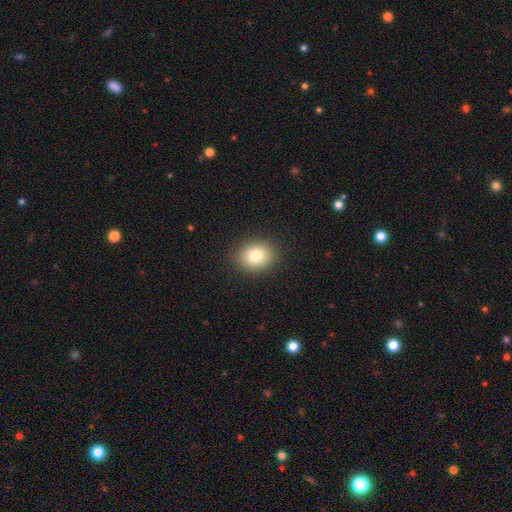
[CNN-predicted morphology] smooth-or-featured: smooth: 81% | star or artifact: 11% | featured or disk: 9%
  how-rounded: round: 63% | in between: 36% | cigar-shaped: 1%
  merging: none: 89% | minor disturbance: 7% | major disturbance: 2% | merger: 1%